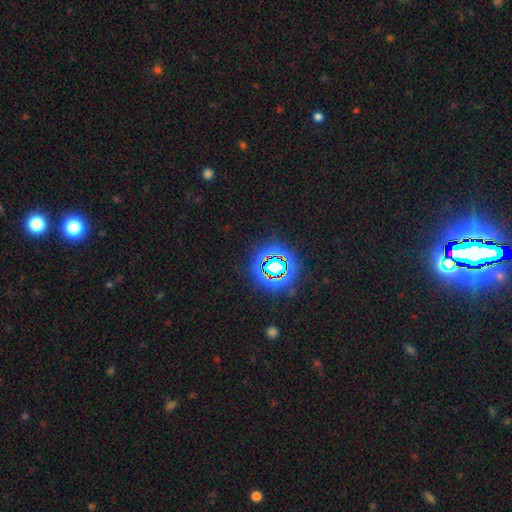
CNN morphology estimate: Overall: star or artifact (75%).